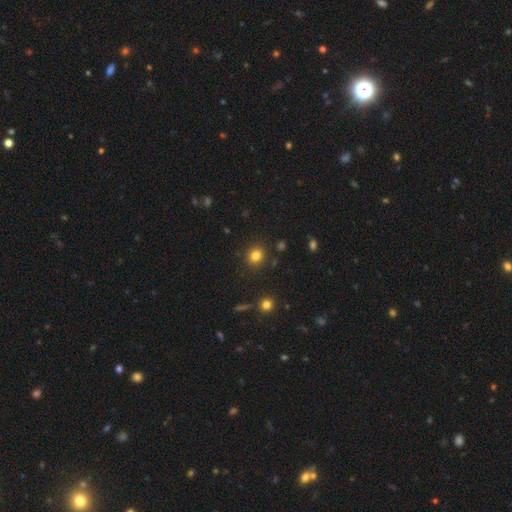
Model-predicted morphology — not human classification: Smooth or featured: smooth — 81% (star or artifact — 13%)
How rounded: round — 84% (in between — 16%)
Merging: none — 89% (minor disturbance — 7%)